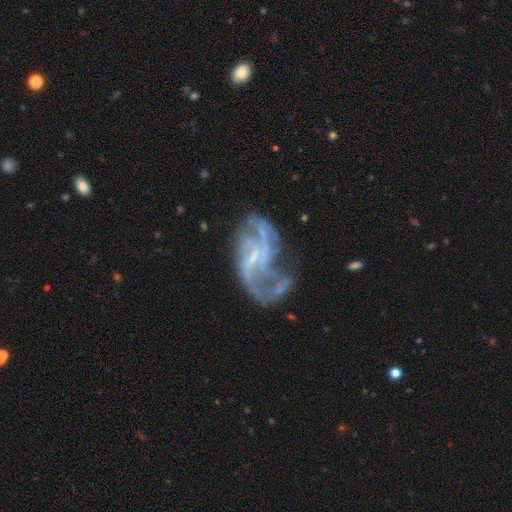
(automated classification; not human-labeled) This is clearly a featured or disk galaxy (85%). It is clearly not viewed edge-on (97%). Bar: possibly weak (48%). Spiral arm pattern: clearly yes (90%). Spiral arm count: marginally 2 (34%). Spiral winding: possibly loose (50%). Central bulge: possibly small (51%). Merging: marginally major disturbance (39%).